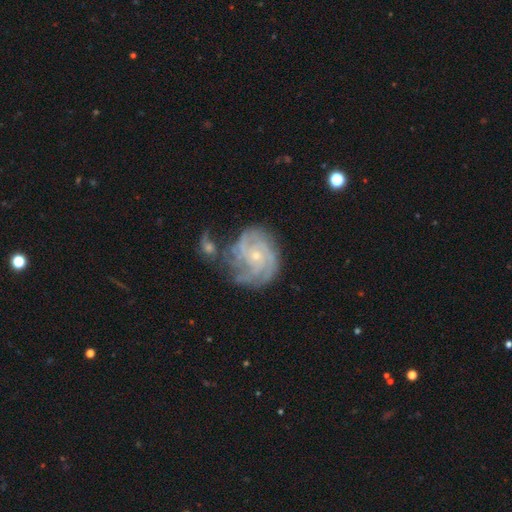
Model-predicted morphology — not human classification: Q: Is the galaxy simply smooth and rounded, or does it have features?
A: featured or disk — 86%.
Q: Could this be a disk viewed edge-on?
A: no — 98%.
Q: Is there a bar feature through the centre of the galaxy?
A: no — 77%.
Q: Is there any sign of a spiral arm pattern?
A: yes — 96%.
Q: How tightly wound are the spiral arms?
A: tight — 66%.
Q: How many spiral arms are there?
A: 3 — 26%.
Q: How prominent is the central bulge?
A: small — 79%.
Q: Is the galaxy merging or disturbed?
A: none — 51%.